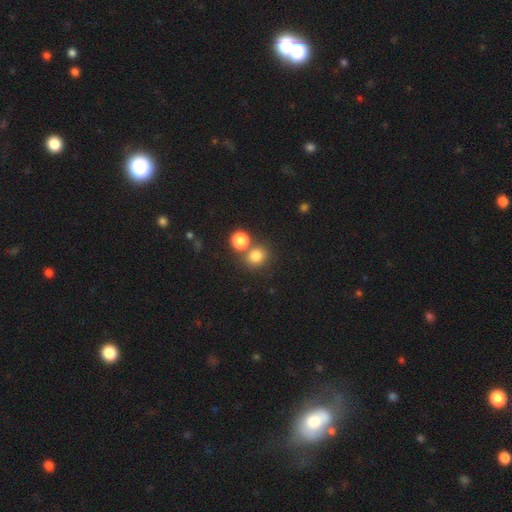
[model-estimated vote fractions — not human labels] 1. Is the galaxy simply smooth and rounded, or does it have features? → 80% smooth, 14% star or artifact, 7% featured or disk.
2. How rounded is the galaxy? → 79% round, 20% in between, 1% cigar-shaped.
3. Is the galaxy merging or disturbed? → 61% none, 28% merger, 8% minor disturbance, 3% major disturbance.